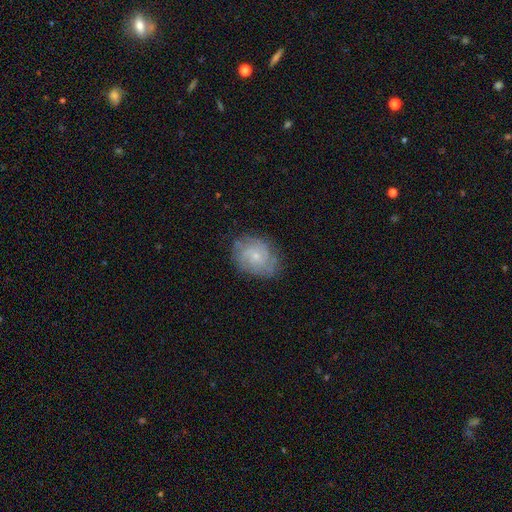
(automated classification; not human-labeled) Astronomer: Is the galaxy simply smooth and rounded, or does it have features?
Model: featured or disk — 63%.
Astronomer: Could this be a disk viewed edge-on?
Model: no — 97%.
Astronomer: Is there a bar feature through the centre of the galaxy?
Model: no — 77%.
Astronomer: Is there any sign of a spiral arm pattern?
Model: yes — 86%.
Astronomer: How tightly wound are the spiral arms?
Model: tight — 59%.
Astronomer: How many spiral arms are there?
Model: can't tell — 45%.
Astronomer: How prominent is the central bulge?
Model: small — 75%.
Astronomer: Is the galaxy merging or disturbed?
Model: none — 73%.